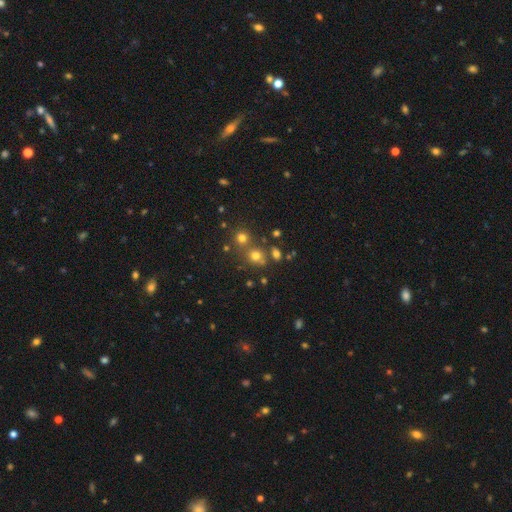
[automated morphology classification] type=smooth (66%); roundness=round (79%); merging=none (61%).